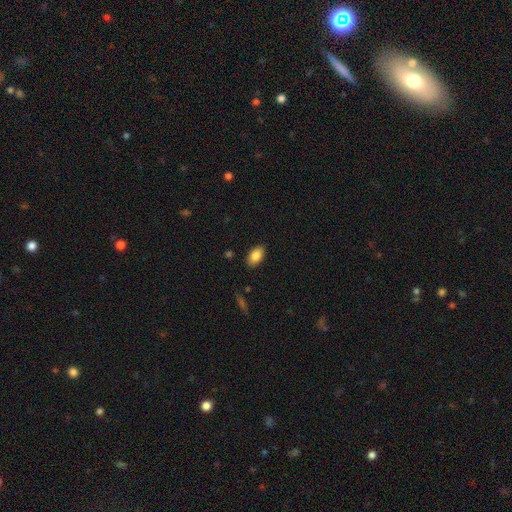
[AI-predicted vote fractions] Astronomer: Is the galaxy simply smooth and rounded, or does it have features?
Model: smooth — 84%.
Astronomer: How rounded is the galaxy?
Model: in between — 92%.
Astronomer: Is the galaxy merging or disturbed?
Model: none — 87%.